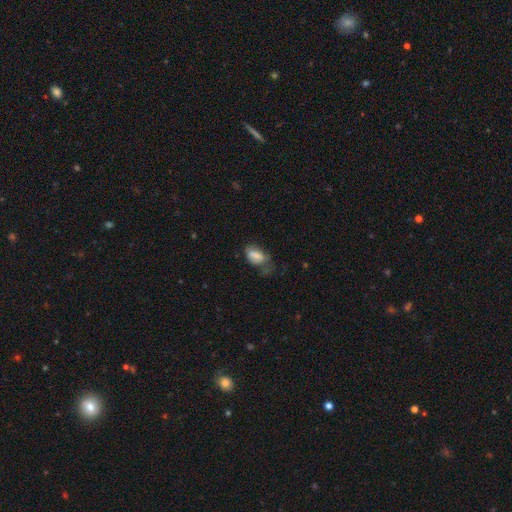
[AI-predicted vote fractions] smooth-or-featured: smooth: 72% | featured or disk: 19% | star or artifact: 9%
  how-rounded: in between: 88% | round: 9% | cigar-shaped: 3%
  merging: minor disturbance: 33% | none: 32% | major disturbance: 31% | merger: 4%